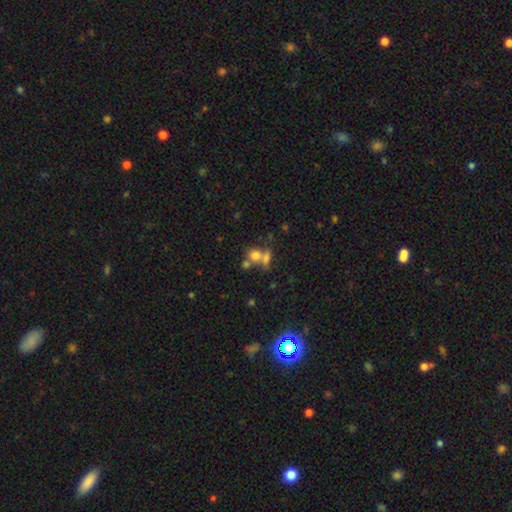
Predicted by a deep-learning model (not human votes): This is likely a smooth galaxy (70%). How rounded: likely round (71%). Merging: possibly merger (45%).